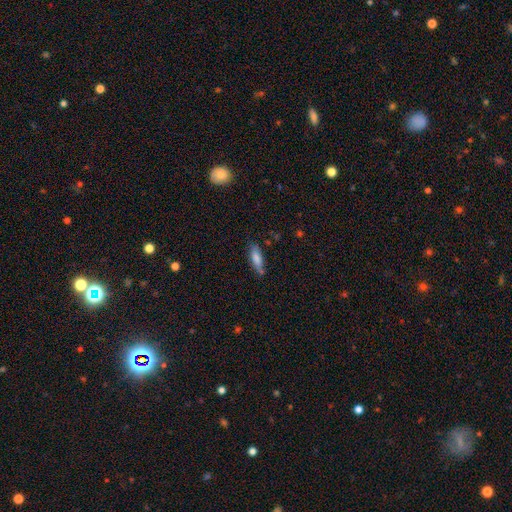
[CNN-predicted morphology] A smooth galaxy with no disk features (75%) that is cigar-shaped (53%). Merging: none (71%).